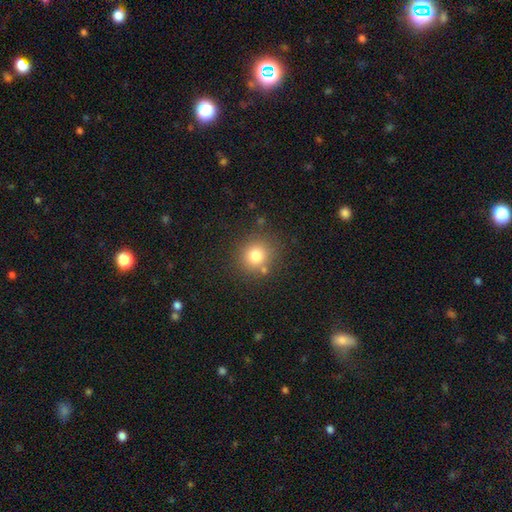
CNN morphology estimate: Smooth or featured? Predicted: smooth (p=0.77). How rounded? Predicted: round (p=0.88). Merging? Predicted: none (p=0.79).